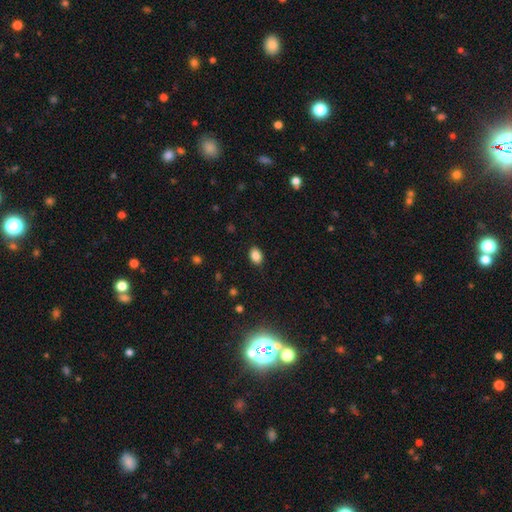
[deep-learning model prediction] smooth-or-featured: smooth: 86% | star or artifact: 9% | featured or disk: 5%
  how-rounded: in between: 80% | round: 19% | cigar-shaped: 1%
  merging: none: 86% | minor disturbance: 10% | major disturbance: 2% | merger: 1%